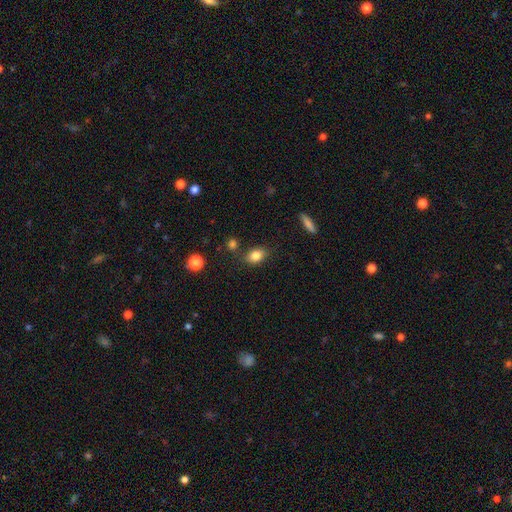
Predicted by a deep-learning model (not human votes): Overall: smooth (83%). How rounded: in between (77%). Merging: none (76%).